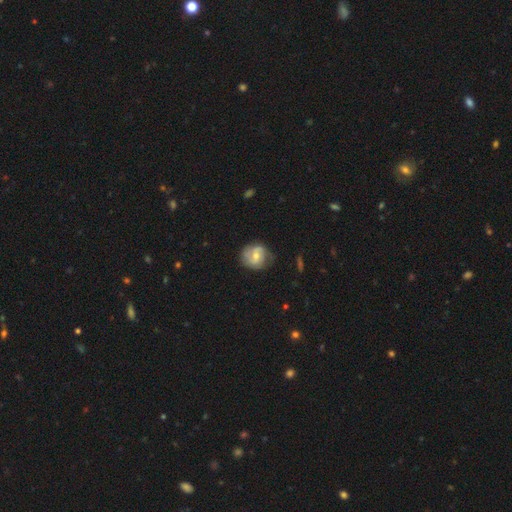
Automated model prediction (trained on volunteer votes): Smooth or featured? featured or disk (48%)
Merging? none (67%)